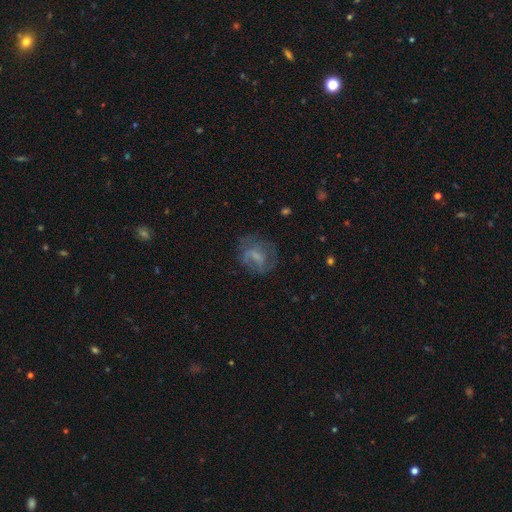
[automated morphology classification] Smooth or featured? featured or disk (48%)
Merging? none (54%)